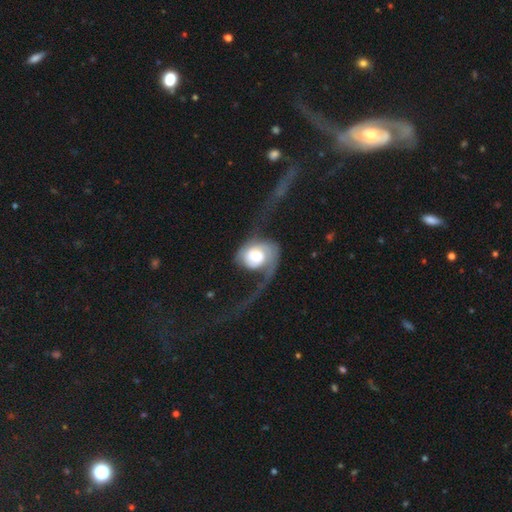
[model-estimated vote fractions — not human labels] Smooth or featured: featured or disk — 73% (smooth — 21%)
Edge-on disk: no — 97% (yes — 3%)
Bar: no — 71% (weak — 23%)
Spiral arms: yes — 89% (no — 11%)
Spiral winding: loose — 64% (medium — 24%)
Spiral arm count: 2 — 49% (1 — 42%)
Bulge size: moderate — 40% (large — 34%)
Merging: major disturbance — 61% (none — 24%)